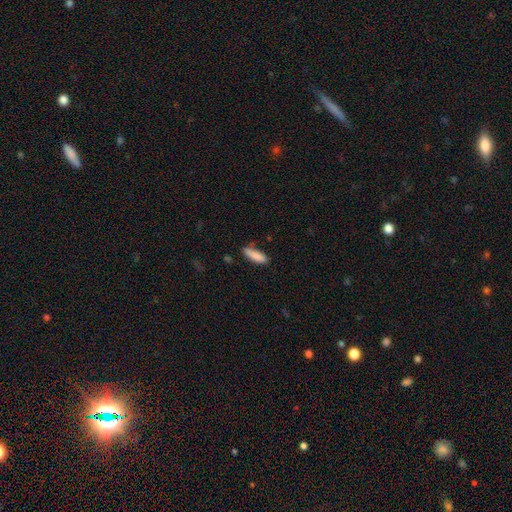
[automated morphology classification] Smooth or featured? smooth (87%)
How rounded? cigar-shaped (57%)
Merging? none (72%)